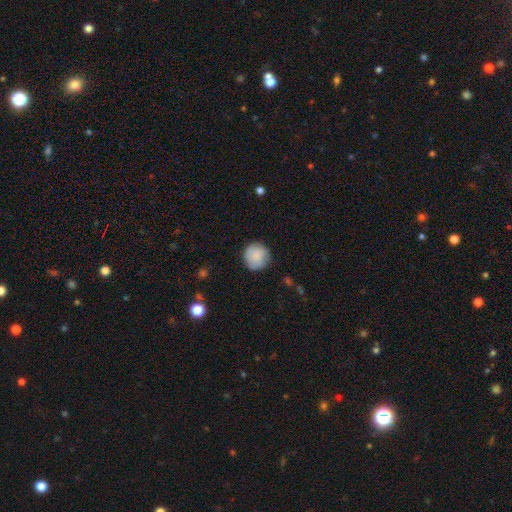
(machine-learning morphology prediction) smooth-or-featured: smooth: 81% | featured or disk: 12% | star or artifact: 7%
  how-rounded: round: 93% | in between: 6% | cigar-shaped: 1%
  merging: none: 82% | minor disturbance: 13% | major disturbance: 3% | merger: 1%